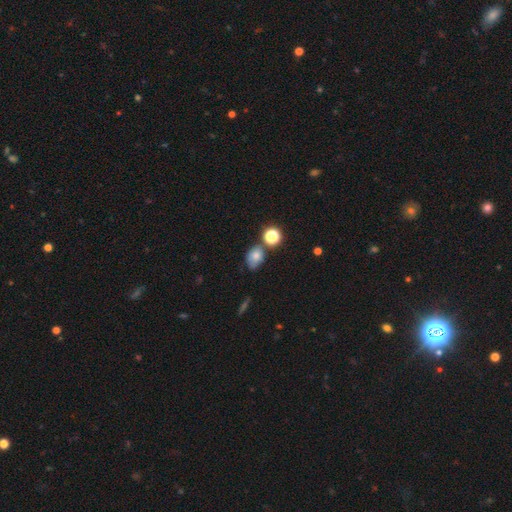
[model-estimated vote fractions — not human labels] Smooth or featured?
  - smooth: 73% *
  - star or artifact: 15%
  - featured or disk: 12%
How rounded?
  - in between: 63% *
  - round: 35%
  - cigar-shaped: 1%
Merging?
  - none: 52% *
  - minor disturbance: 25%
  - merger: 15%
  - major disturbance: 8%